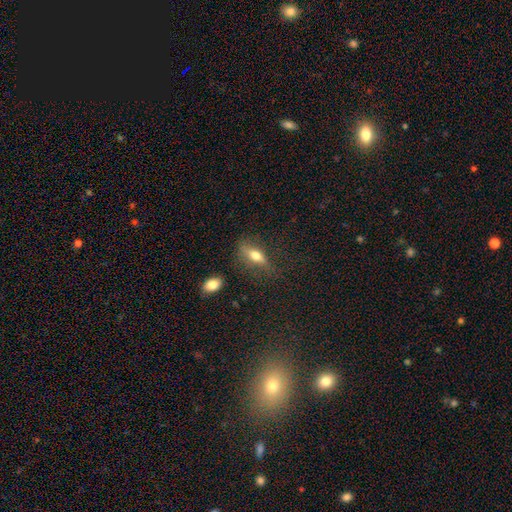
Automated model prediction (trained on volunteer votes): smooth 64%, featured or disk 26%, star or artifact 9%. Down the decision tree: how rounded — in between (67%); merging — none (66%).